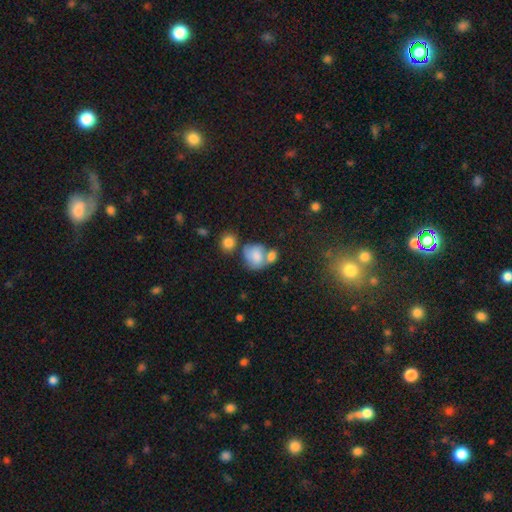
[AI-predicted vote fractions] This appears to be a smooth galaxy with no disk features (67%) that is round (56%). Merging: merger (45%).